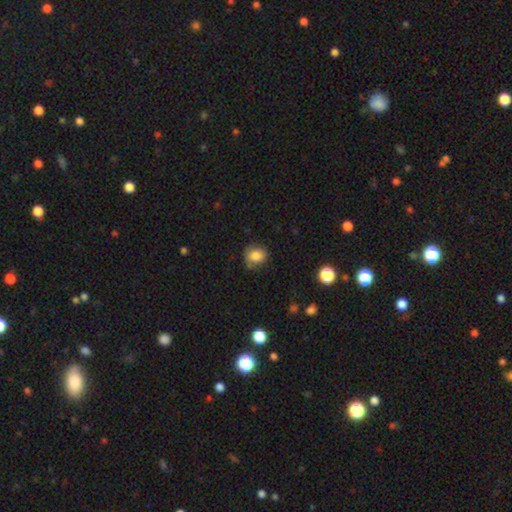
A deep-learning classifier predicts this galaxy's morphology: Smooth or featured? smooth (82%)
How rounded? round (68%)
Merging? none (70%)